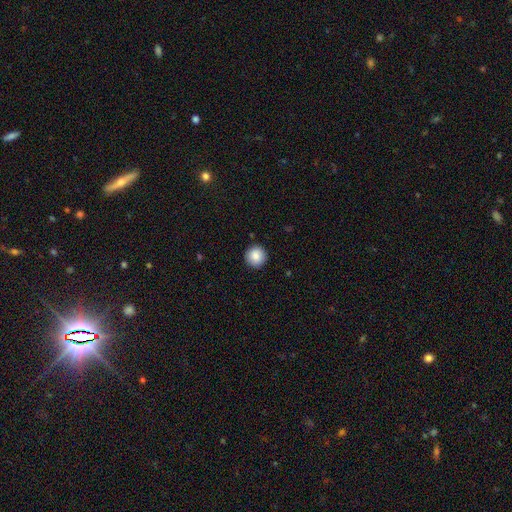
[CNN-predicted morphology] smooth_or_featured: smooth (p=0.88) [alt: star or artifact p=0.08]
how_rounded: round (p=0.96) [alt: in between p=0.03]
merging: none (p=0.92) [alt: minor disturbance p=0.06]